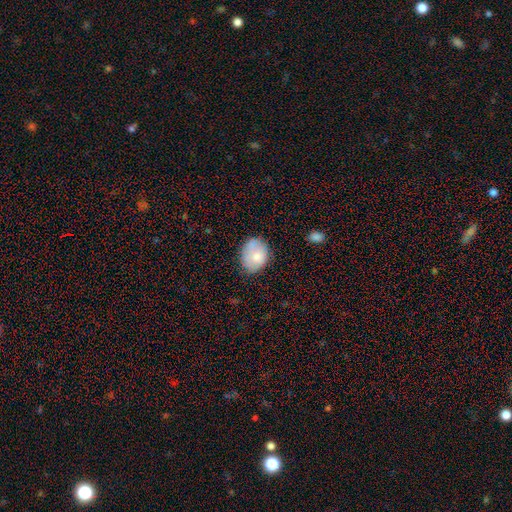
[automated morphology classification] Smooth or featured?
  - smooth: 76% *
  - featured or disk: 17%
  - star or artifact: 7%
How rounded?
  - in between: 57% *
  - round: 42%
  - cigar-shaped: 1%
Merging?
  - none: 66% *
  - minor disturbance: 25%
  - major disturbance: 6%
  - merger: 3%